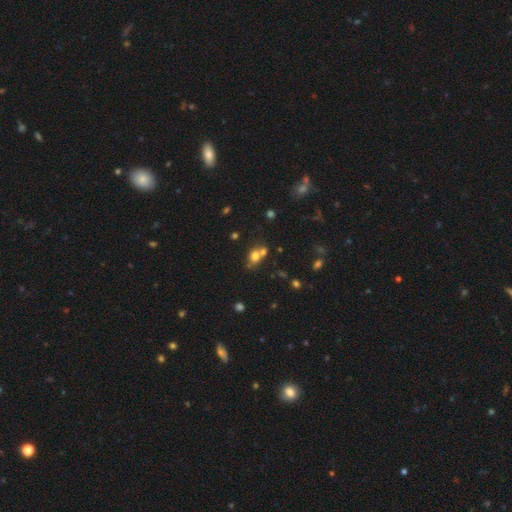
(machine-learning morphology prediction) Smooth or featured: smooth — 72% (star or artifact — 15%)
How rounded: round — 56% (in between — 42%)
Merging: merger — 44% (none — 42%)